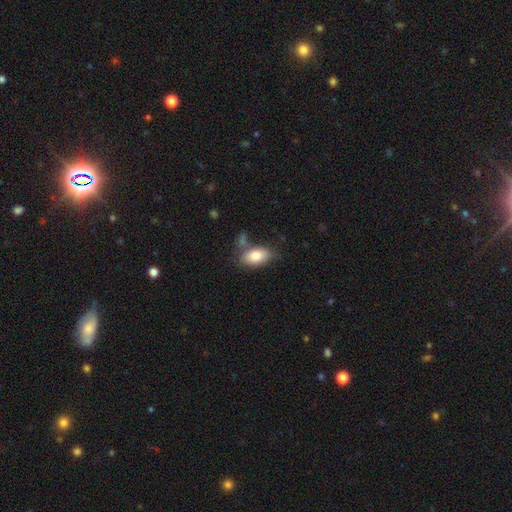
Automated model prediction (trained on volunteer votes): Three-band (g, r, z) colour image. It shows a smooth galaxy with no disk features (82%) that is in between round and cigar-shaped (92%). Merging: none (64%).